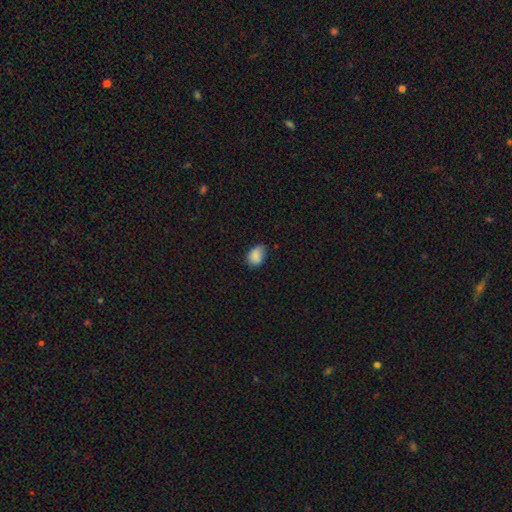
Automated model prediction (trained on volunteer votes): Morphology: type=smooth (87%); roundness=in between (76%); merging=none (68%).